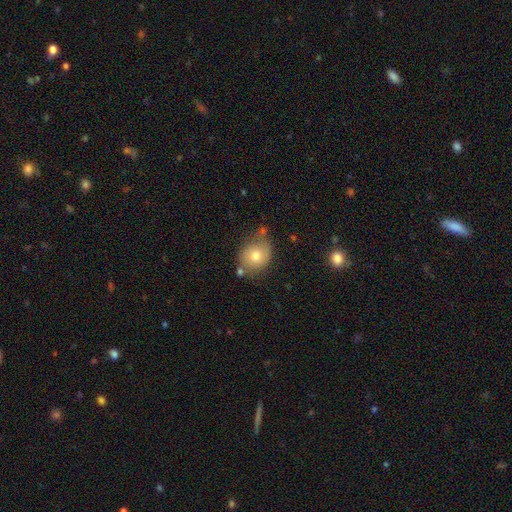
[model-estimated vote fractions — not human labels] smooth 73%, featured or disk 17%, star or artifact 10%. Down the decision tree: how rounded — round (61%); merging — none (65%).